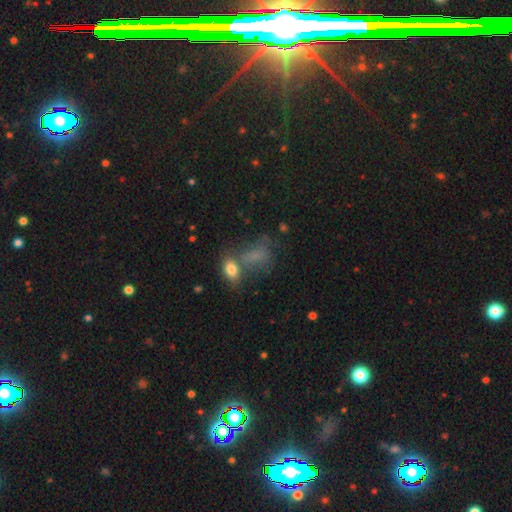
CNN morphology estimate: smooth-or-featured: smooth: 63% | featured or disk: 19% | star or artifact: 18%
  how-rounded: in between: 73% | round: 23% | cigar-shaped: 4%
  merging: none: 34% | merger: 31% | minor disturbance: 19% | major disturbance: 16%